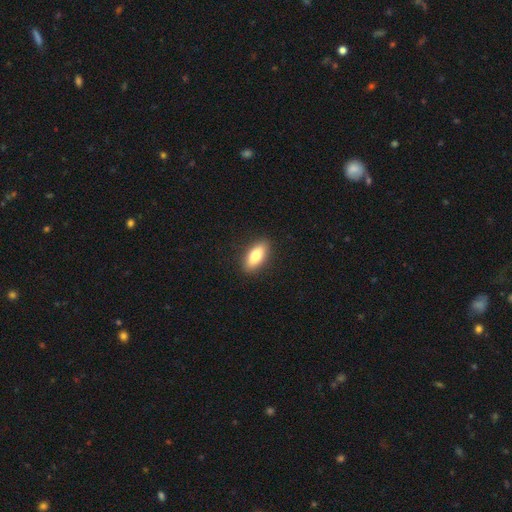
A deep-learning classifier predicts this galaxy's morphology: type=smooth (81%); roundness=in between (83%); merging=none (89%).